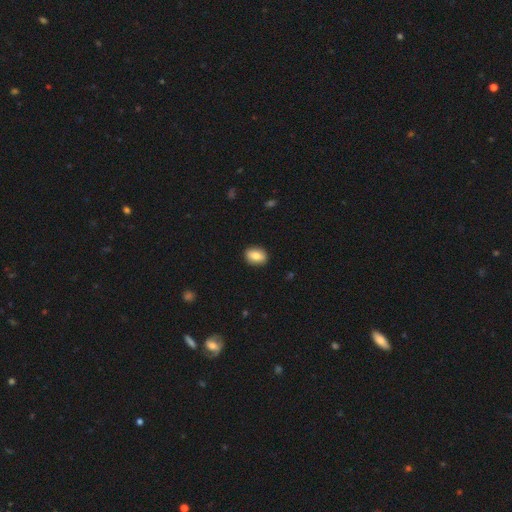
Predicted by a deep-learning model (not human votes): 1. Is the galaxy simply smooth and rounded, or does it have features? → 80% smooth, 13% featured or disk, 8% star or artifact.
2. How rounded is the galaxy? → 72% in between, 27% round, 1% cigar-shaped.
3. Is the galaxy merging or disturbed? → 90% none, 7% minor disturbance, 2% major disturbance, 1% merger.